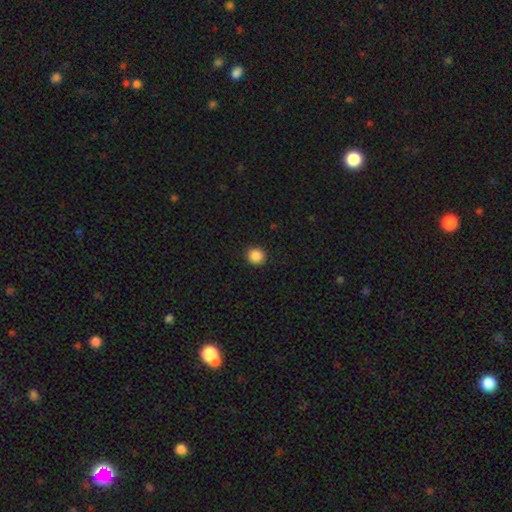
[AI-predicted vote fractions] A smooth galaxy with no disk features (87%) that is round (91%).

Vote fractions:
- Smooth or featured? smooth: 87% / star or artifact: 10% / featured or disk: 3%
- How rounded? round: 91% / in between: 8% / cigar-shaped: 1%
- Merging? none: 92% / minor disturbance: 5% / major disturbance: 2% / merger: 1%